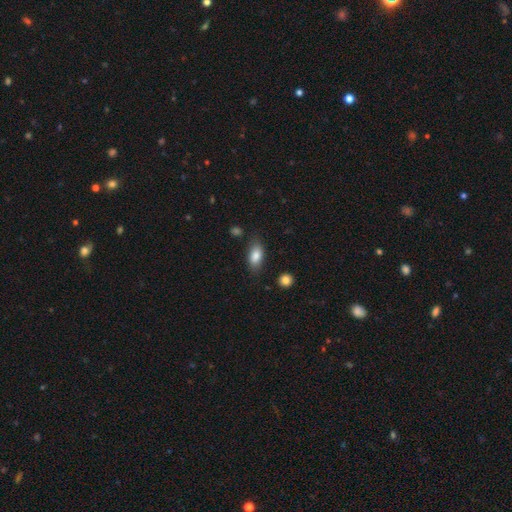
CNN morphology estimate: Overall: smooth (84%). How rounded: in between (87%). Merging: none (78%).